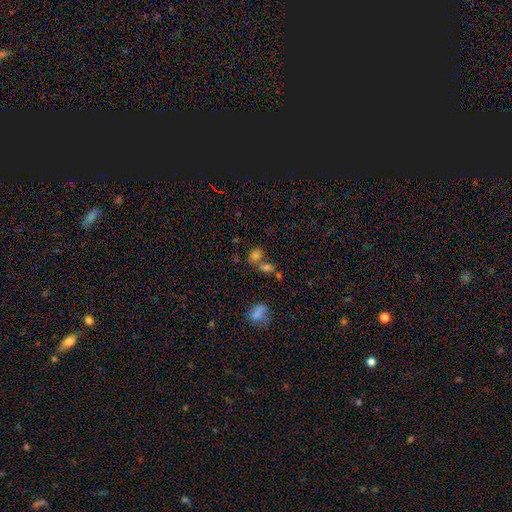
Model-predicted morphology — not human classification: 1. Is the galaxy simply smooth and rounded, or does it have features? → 70% smooth, 19% star or artifact, 11% featured or disk.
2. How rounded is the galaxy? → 69% in between, 28% round, 3% cigar-shaped.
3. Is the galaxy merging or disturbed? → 45% merger, 37% none, 11% minor disturbance, 6% major disturbance.